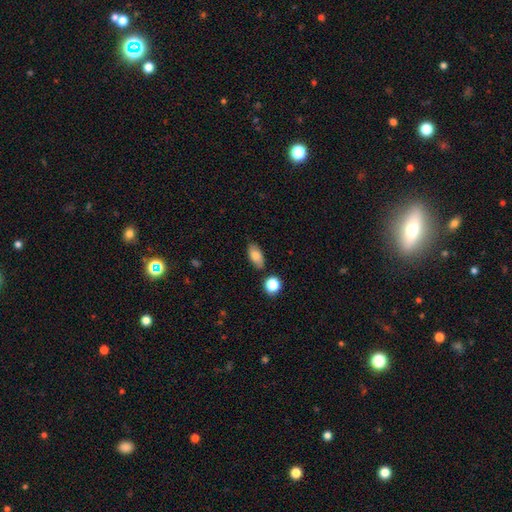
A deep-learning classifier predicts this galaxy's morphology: Overall: smooth (79%). How rounded: in between (89%). Merging: none (79%).